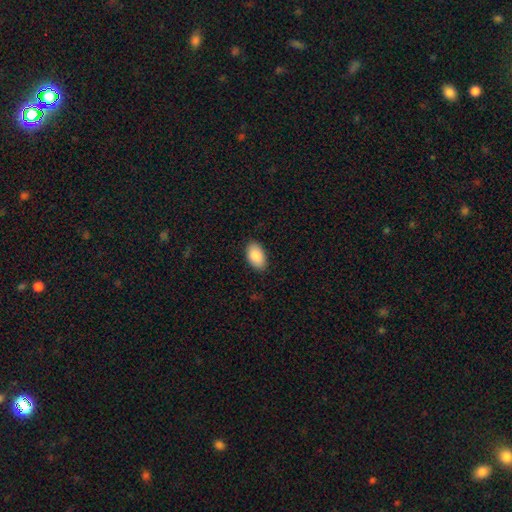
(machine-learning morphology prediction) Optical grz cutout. It shows a smooth galaxy with no disk features (89%) that is in between round and cigar-shaped (94%). Merging: none (87%).